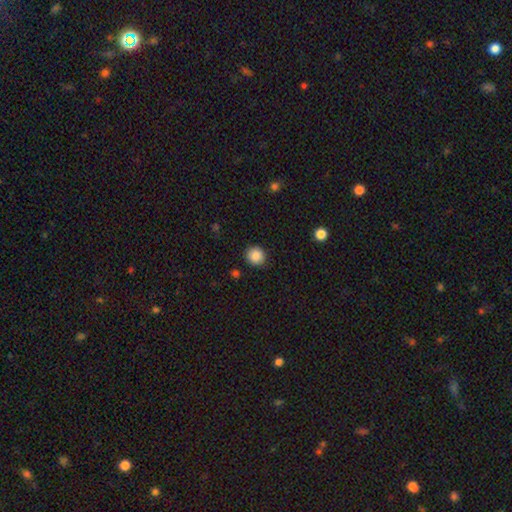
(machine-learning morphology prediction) The model was most divided on "smooth or featured": smooth: 88%, star or artifact: 9%, featured or disk: 3%. More confident: how rounded — round (91%); merging — none (90%).